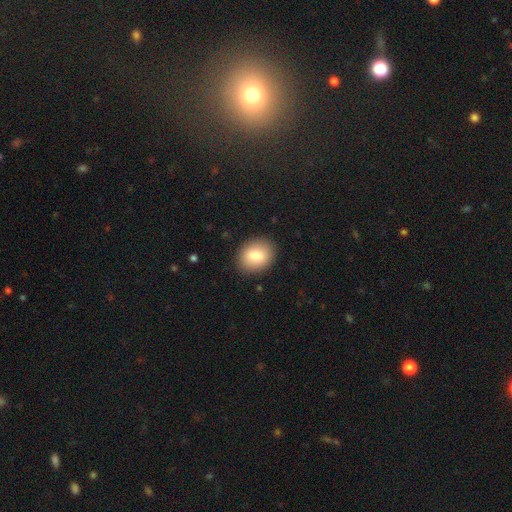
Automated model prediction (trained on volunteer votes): smooth-or-featured: smooth: 84% | featured or disk: 8% | star or artifact: 7%
  how-rounded: in between: 53% | round: 46% | cigar-shaped: 1%
  merging: none: 88% | minor disturbance: 8% | major disturbance: 2% | merger: 1%